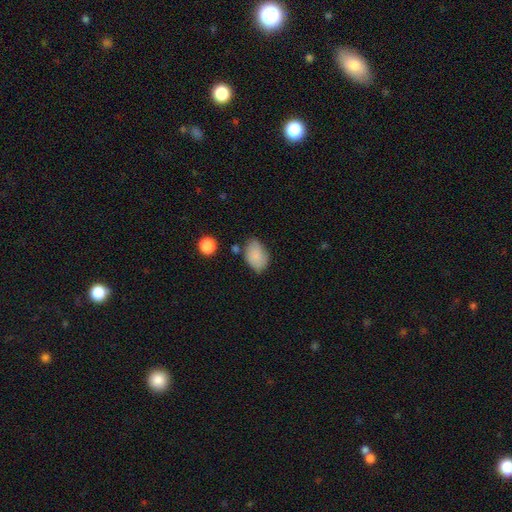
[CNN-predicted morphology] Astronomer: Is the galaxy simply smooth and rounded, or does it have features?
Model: smooth — 82%.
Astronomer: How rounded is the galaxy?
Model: in between — 87%.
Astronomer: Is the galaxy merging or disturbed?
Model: none — 63%.